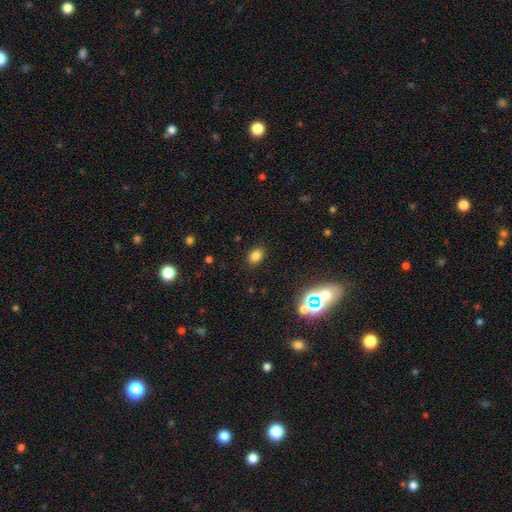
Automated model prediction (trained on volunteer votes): Smooth or featured? Predicted: smooth (p=0.79). How rounded? Predicted: in between (p=0.68). Merging? Predicted: none (p=0.88).